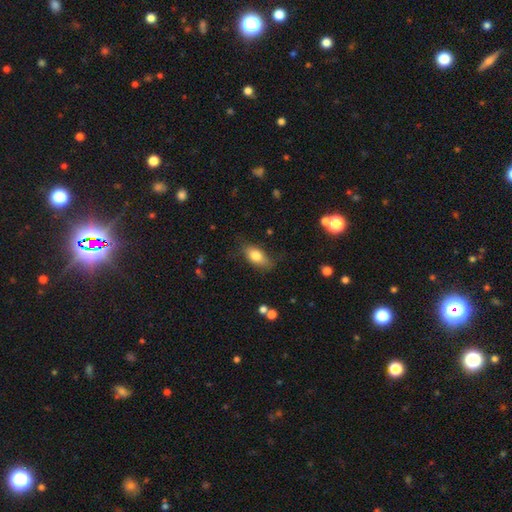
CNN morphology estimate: The model was most divided on "merging": none: 70%, minor disturbance: 22%, major disturbance: 6%, merger: 2%. More confident: how rounded — in between (85%); smooth or featured — smooth (77%).